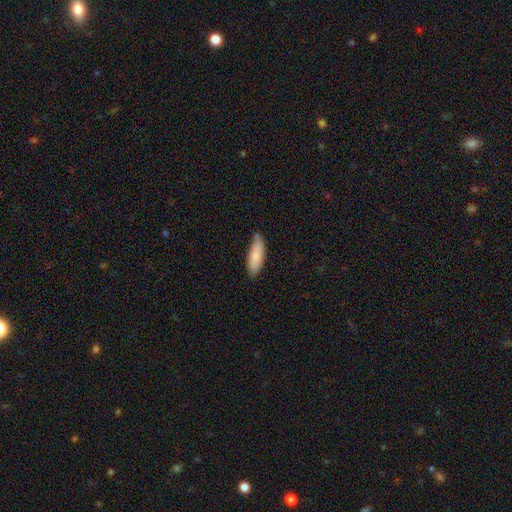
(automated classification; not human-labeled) Overall: smooth (81%). How rounded: in between (60%; cigar-shaped 39%). Merging: none (68%).